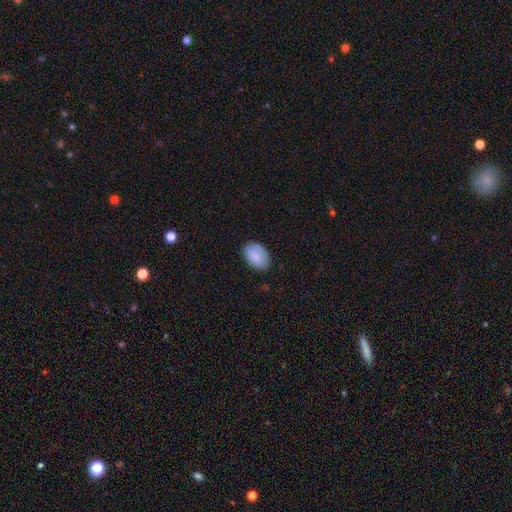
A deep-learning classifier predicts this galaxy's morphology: A smooth galaxy with no disk features (87%) that is in between round and cigar-shaped (87%). Merging: none (81%).